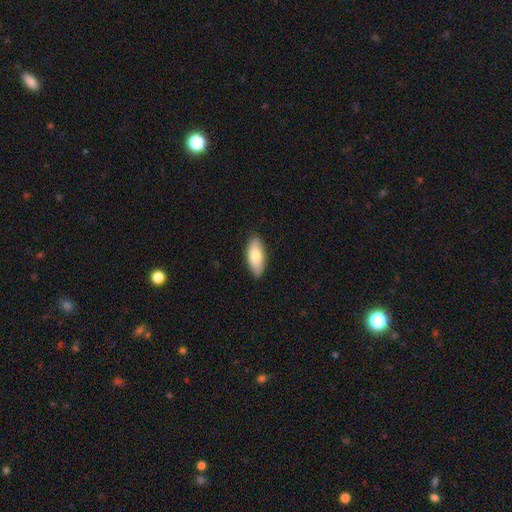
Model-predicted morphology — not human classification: This appears to be a smooth galaxy with no disk features (77%) that is in between round and cigar-shaped (85%). Merging: none (87%).